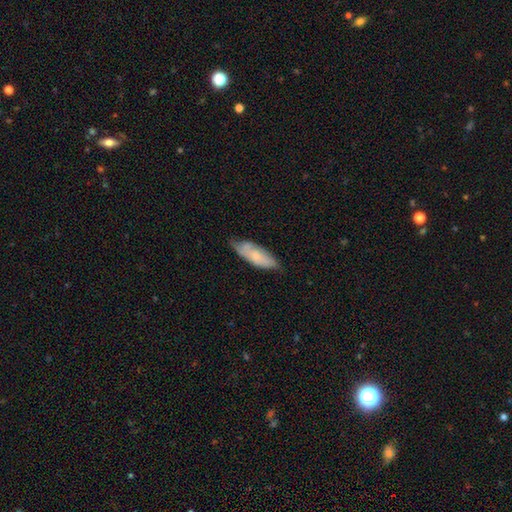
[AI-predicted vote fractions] Smooth or featured? Predicted: smooth (p=0.56). How rounded? Predicted: in between (p=0.61). Merging? Predicted: none (p=0.62).